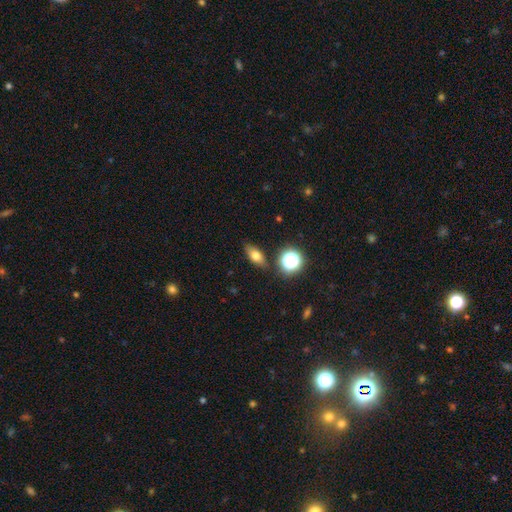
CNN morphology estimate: This is likely a smooth galaxy (69%). How rounded: likely in between (70%). Merging: clearly none (84%).